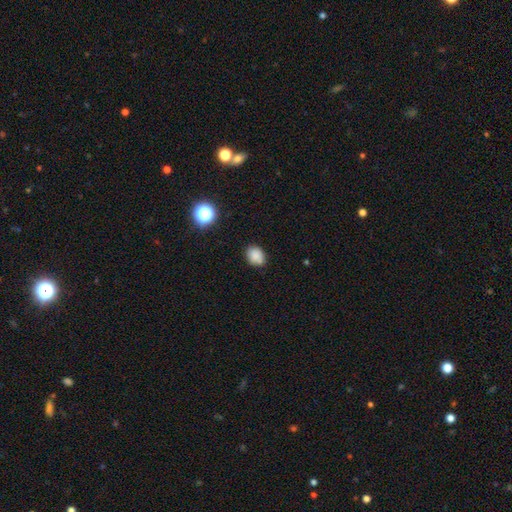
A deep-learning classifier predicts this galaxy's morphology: This is clearly a smooth galaxy (84%). How rounded: possibly in between (51%). Merging: likely none (76%).